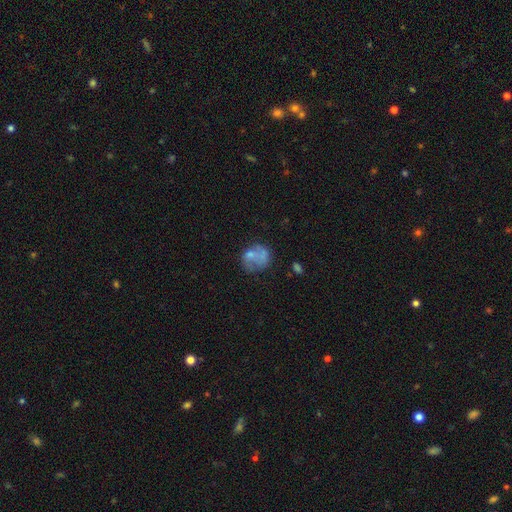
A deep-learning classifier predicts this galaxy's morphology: A smooth galaxy with no disk features (53%) that is round (63%). Merging: none (40%).